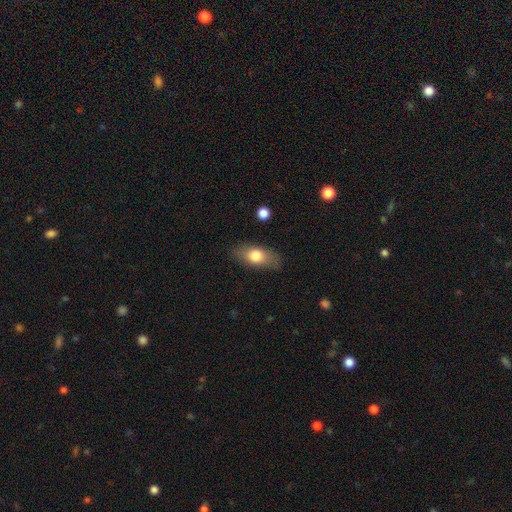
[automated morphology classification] This appears to be a smooth galaxy with no disk features (74%) that is in between round and cigar-shaped (84%). Merging: none (82%).